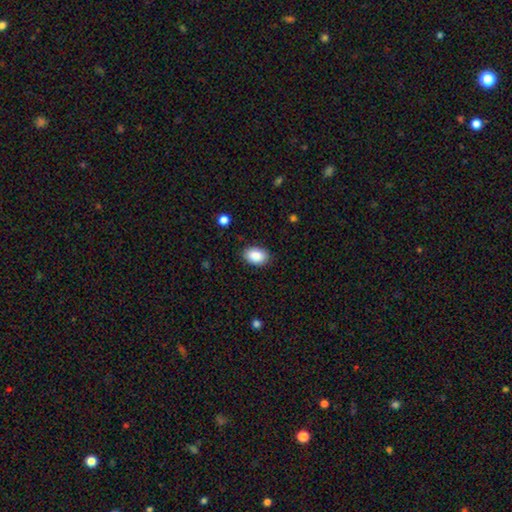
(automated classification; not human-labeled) The model was most divided on "how rounded": in between: 84%, round: 15%, cigar-shaped: 1%. More confident: smooth or featured — smooth (87%); merging — none (86%).